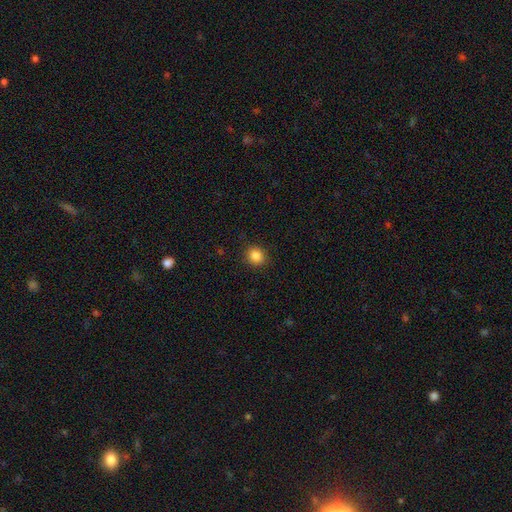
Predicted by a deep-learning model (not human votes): Overall: smooth (86%). How rounded: round (78%). Merging: none (89%).